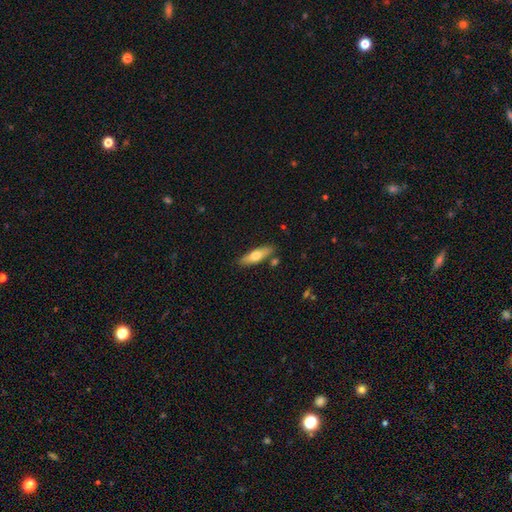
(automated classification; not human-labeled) This appears to be a smooth galaxy with no disk features (63%) that is cigar-shaped (50%). Merging: none (83%).